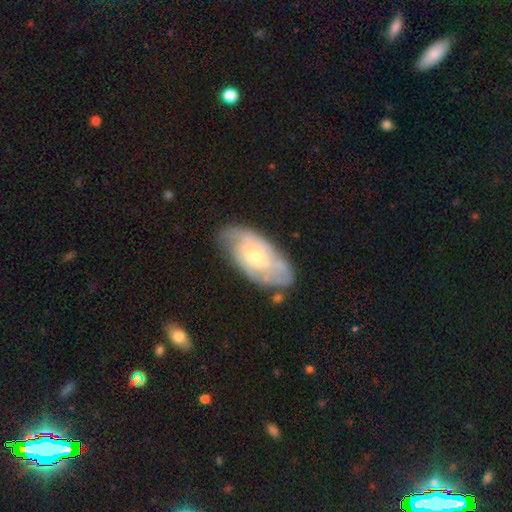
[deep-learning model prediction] Smooth or featured: featured or disk — 64% (smooth — 30%)
Edge-on disk: no — 92% (yes — 8%)
Bar: no — 64% (weak — 31%)
Spiral arms: yes — 78% (no — 22%)
Bulge size: small — 55% (moderate — 38%)
Merging: none — 67% (minor disturbance — 22%)